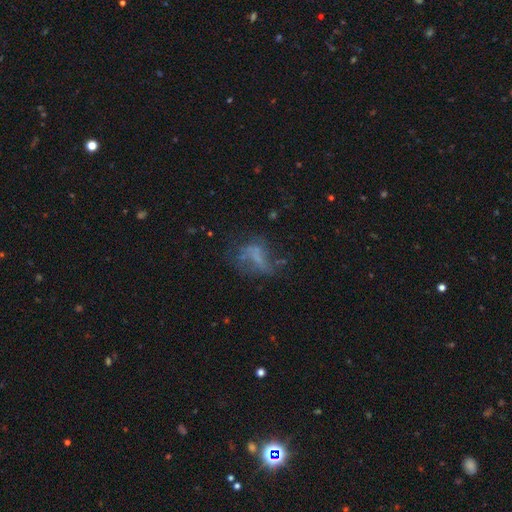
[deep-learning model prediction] The model was most divided on "merging": none: 37%, major disturbance: 35%, minor disturbance: 20%, merger: 7%. Remaining: smooth or featured — featured or disk (46%).